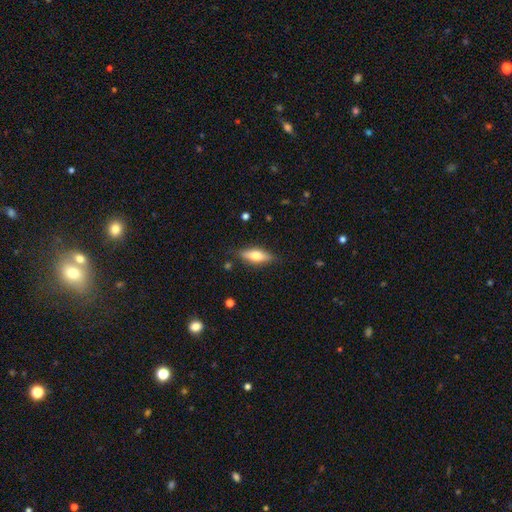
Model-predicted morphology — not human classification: Overall: smooth (56%; featured or disk 37%). How rounded: in between (58%; cigar-shaped 39%). Merging: none (82%).